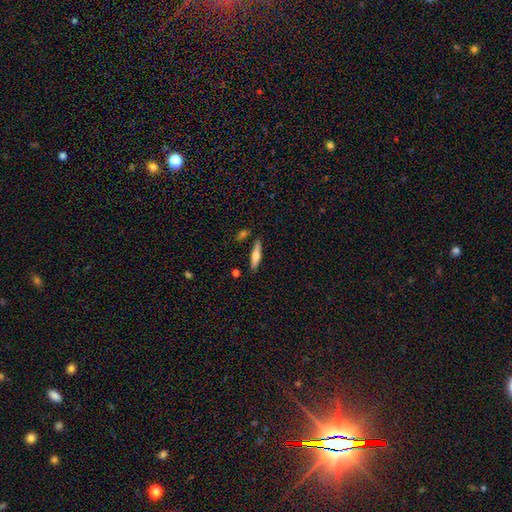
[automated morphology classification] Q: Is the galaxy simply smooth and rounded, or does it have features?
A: smooth — 55%.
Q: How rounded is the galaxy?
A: cigar-shaped — 77%.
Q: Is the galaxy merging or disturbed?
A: none — 83%.